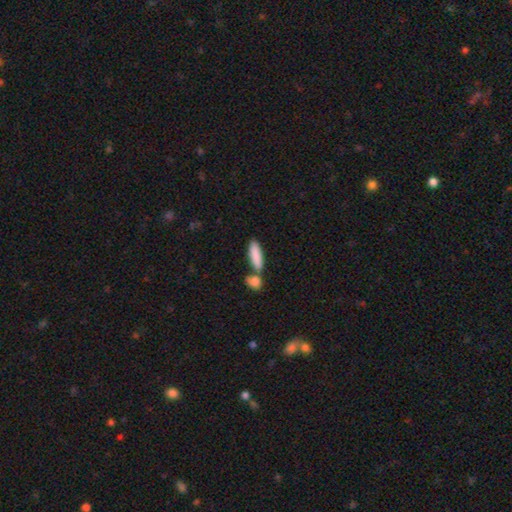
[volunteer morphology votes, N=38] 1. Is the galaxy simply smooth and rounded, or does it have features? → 97% smooth, 3% featured or disk, 0% star or artifact.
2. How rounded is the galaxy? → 51% cigar-shaped, 49% in between, 0% round.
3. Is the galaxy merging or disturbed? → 74% none, 13% minor disturbance, 8% merger, 5% major disturbance.